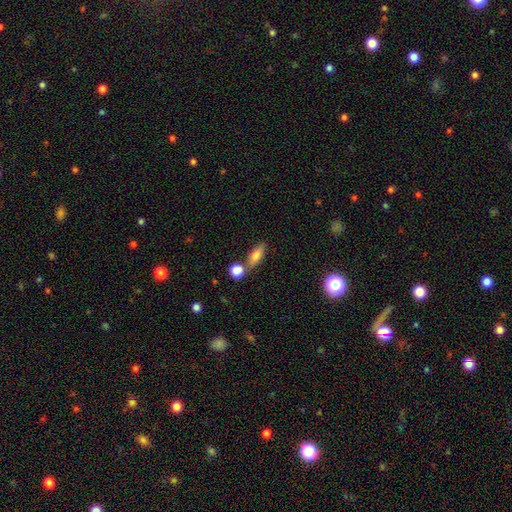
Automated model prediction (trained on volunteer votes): A smooth galaxy with no disk features (78%) that is in between round and cigar-shaped (70%). Merging: none (59%).